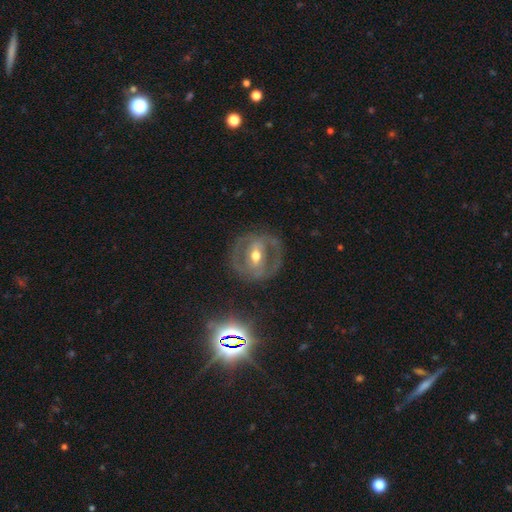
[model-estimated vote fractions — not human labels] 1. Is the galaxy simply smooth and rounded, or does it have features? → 78% featured or disk, 11% star or artifact, 11% smooth.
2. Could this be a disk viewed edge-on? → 93% no, 7% yes.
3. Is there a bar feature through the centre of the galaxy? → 57% strong, 29% weak, 15% no.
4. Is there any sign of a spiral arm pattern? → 62% yes, 38% no.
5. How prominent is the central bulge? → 61% moderate, 34% small, 3% large, 1% none, 1% dominant.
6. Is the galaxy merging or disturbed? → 78% none, 12% minor disturbance, 9% major disturbance, 2% merger.